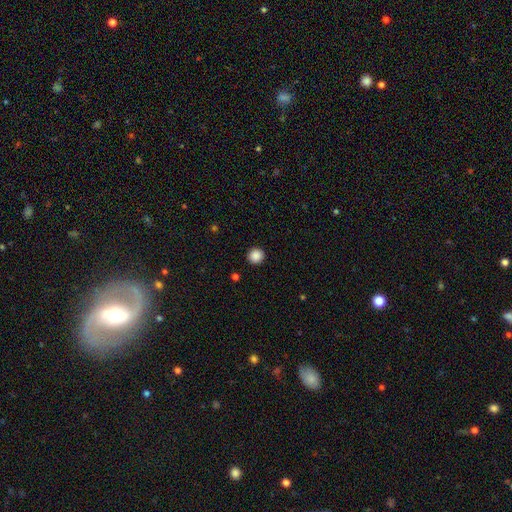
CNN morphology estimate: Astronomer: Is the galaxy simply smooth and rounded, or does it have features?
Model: smooth — 88%.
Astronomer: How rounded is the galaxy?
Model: round — 95%.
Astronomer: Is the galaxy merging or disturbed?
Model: none — 93%.